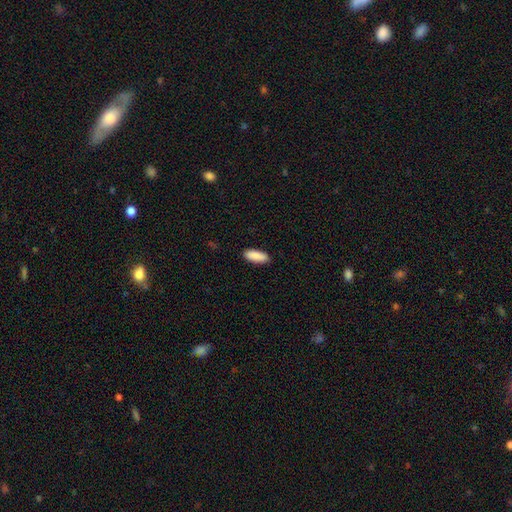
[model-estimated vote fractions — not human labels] The model was most divided on "how rounded": in between: 74%, cigar-shaped: 25%, round: 2%. More confident: smooth or featured — smooth (90%); merging — none (88%).